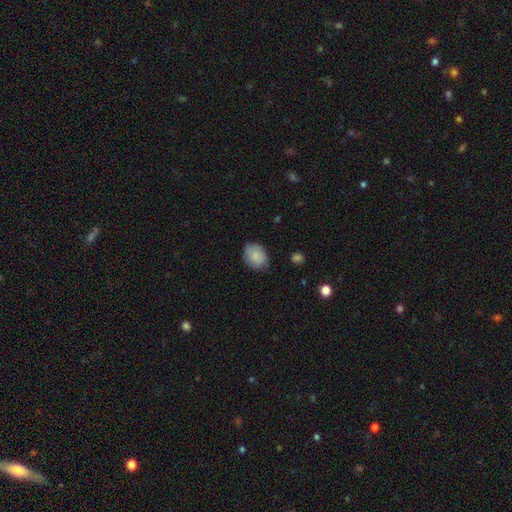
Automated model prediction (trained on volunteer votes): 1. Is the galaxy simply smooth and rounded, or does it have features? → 82% smooth, 11% featured or disk, 7% star or artifact.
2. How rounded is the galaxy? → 67% in between, 32% round, 1% cigar-shaped.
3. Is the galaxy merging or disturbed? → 76% none, 20% minor disturbance, 3% major disturbance, 1% merger.